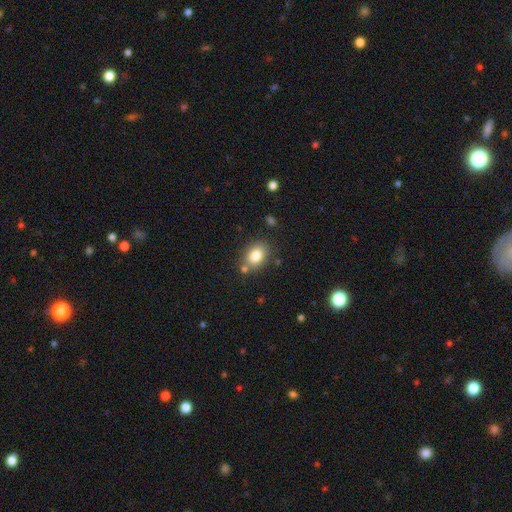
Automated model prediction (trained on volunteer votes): The model was most divided on "how rounded": in between: 65%, round: 34%, cigar-shaped: 1%. More confident: smooth or featured — smooth (81%); merging — none (75%).